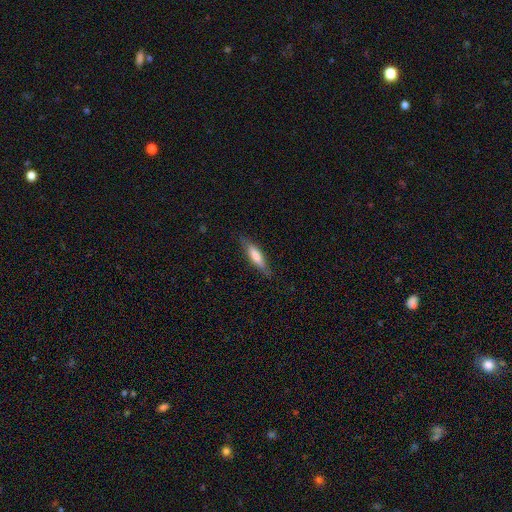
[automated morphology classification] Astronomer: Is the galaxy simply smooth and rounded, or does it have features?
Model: smooth — 68%.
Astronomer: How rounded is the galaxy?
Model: cigar-shaped — 73%.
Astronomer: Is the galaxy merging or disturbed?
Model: none — 82%.